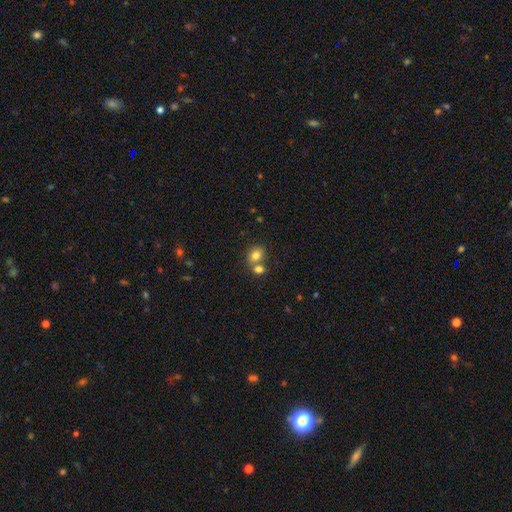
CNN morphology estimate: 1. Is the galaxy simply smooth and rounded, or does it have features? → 79% smooth, 11% star or artifact, 10% featured or disk.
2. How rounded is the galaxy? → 57% round, 42% in between, 1% cigar-shaped.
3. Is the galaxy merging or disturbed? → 49% none, 40% merger, 9% minor disturbance, 3% major disturbance.